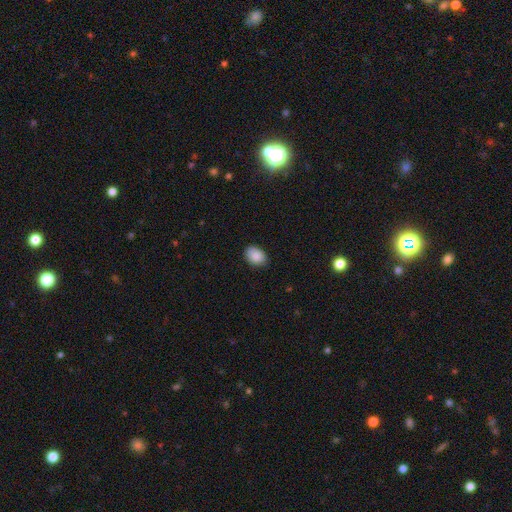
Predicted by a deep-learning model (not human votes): smooth 89%, star or artifact 7%, featured or disk 4%. Down the decision tree: how rounded — in between (72%); merging — none (81%).